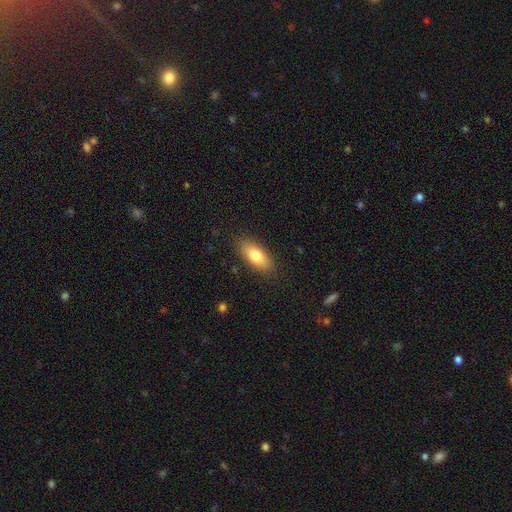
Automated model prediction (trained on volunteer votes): smooth-or-featured: smooth: 78% | featured or disk: 16% | star or artifact: 7%
  how-rounded: in between: 81% | cigar-shaped: 16% | round: 3%
  merging: none: 86% | minor disturbance: 10% | major disturbance: 3% | merger: 1%